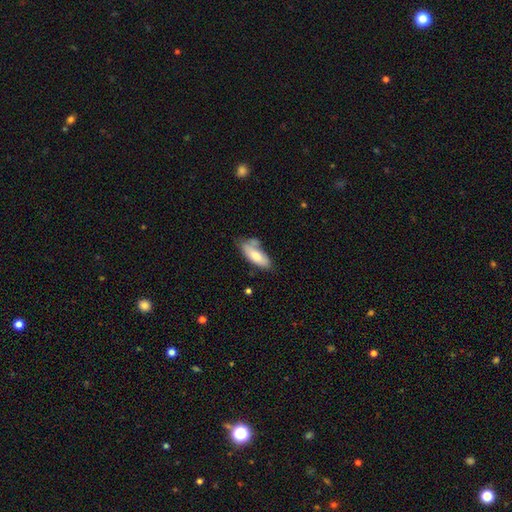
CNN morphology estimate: Smooth or featured: smooth — 75% (featured or disk — 19%)
How rounded: in between — 72% (cigar-shaped — 26%)
Merging: none — 52% (minor disturbance — 26%)